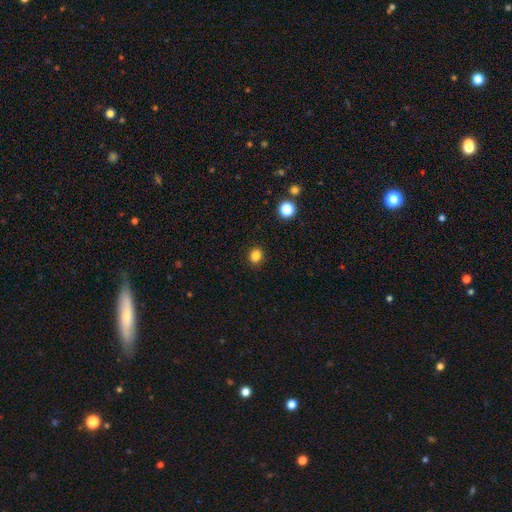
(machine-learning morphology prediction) Overall: smooth (84%). How rounded: round (67%; in between 32%). Merging: none (89%).